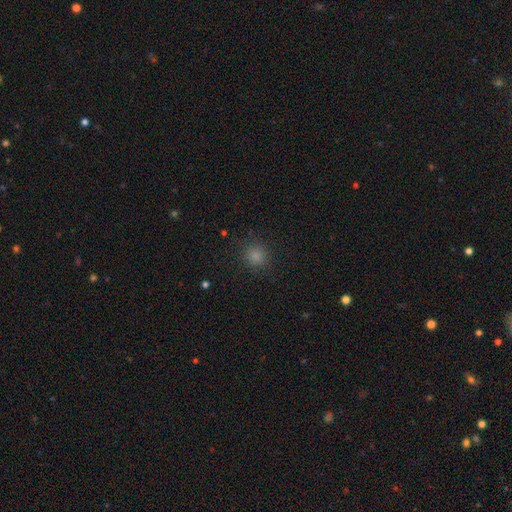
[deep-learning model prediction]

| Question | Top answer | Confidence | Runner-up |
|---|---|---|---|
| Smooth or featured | smooth | 82% | star or artifact (14%) |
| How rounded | round | 90% | in between (9%) |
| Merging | none | 88% | minor disturbance (8%) |